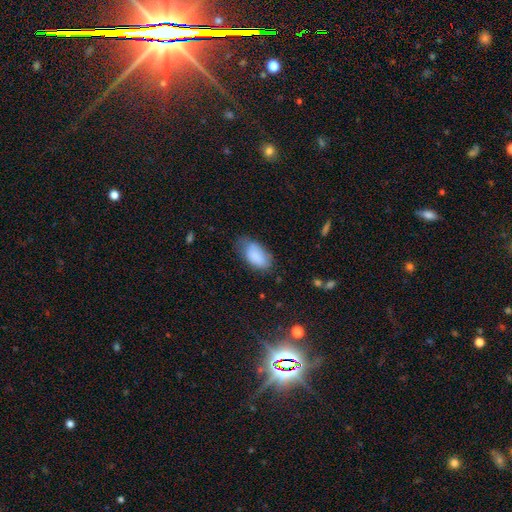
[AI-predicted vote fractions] Smooth or featured? Predicted: smooth (p=0.85). How rounded? Predicted: in between (p=0.94). Merging? Predicted: none (p=0.52).